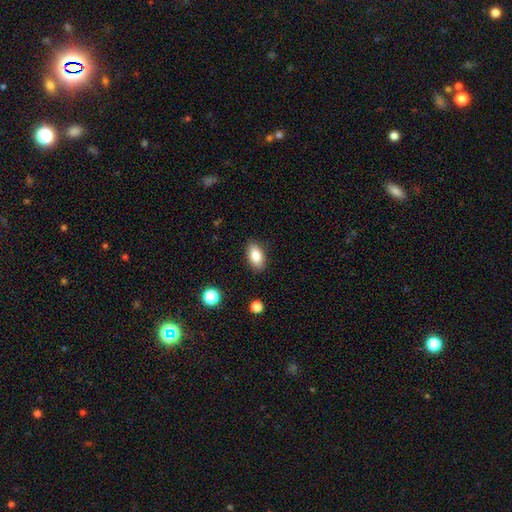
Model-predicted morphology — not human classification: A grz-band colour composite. It shows a smooth galaxy with no disk features (83%) that is in between round and cigar-shaped (90%). Merging: none (87%).